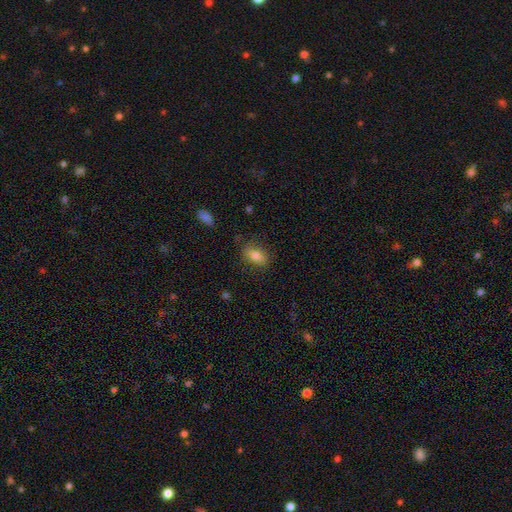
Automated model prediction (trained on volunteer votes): Smooth or featured? smooth (79%)
How rounded? in between (85%)
Merging? none (81%)